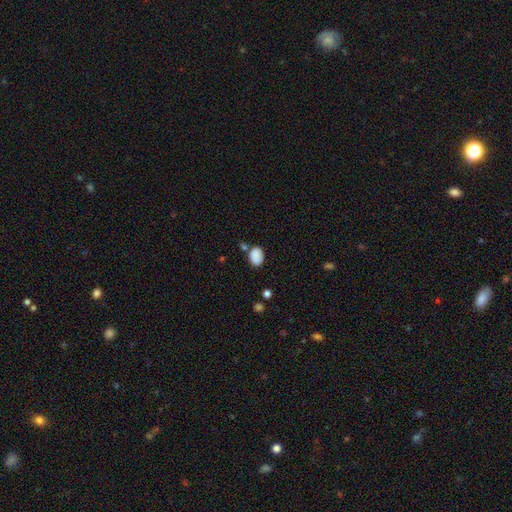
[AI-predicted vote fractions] A smooth galaxy with no disk features (87%) that is in between round and cigar-shaped (78%).

Vote fractions:
- Smooth or featured? smooth: 87% / star or artifact: 8% / featured or disk: 5%
- How rounded? in between: 78% / round: 21% / cigar-shaped: 1%
- Merging? none: 66% / minor disturbance: 17% / merger: 12% / major disturbance: 5%